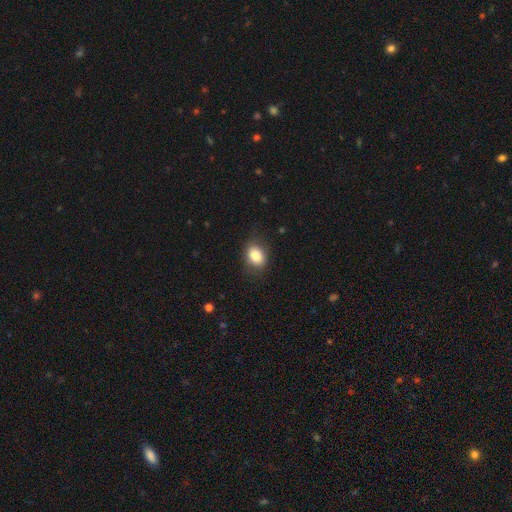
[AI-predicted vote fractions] Smooth or featured? smooth (83%)
How rounded? in between (63%)
Merging? none (79%)